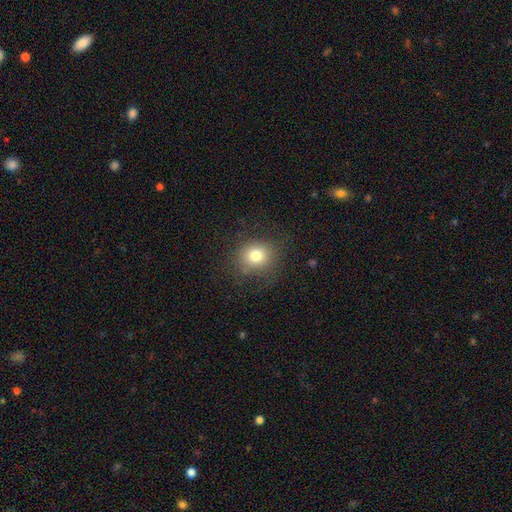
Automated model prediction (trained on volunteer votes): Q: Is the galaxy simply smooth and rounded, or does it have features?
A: smooth — 77%.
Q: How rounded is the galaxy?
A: round — 79%.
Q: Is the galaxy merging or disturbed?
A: none — 83%.